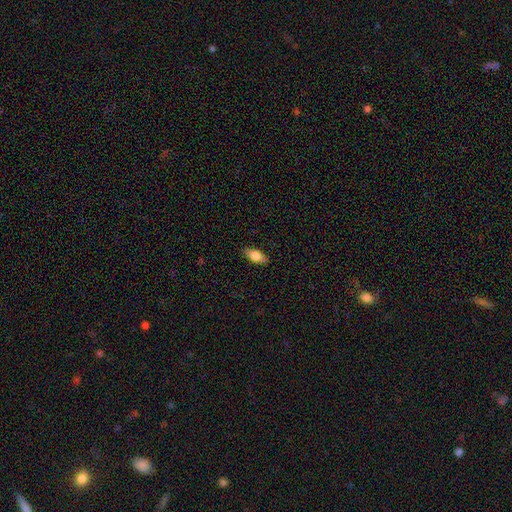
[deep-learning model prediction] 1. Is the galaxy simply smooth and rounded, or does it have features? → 76% smooth, 17% featured or disk, 7% star or artifact.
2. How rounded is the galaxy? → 84% in between, 13% cigar-shaped, 4% round.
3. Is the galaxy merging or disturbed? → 86% none, 10% minor disturbance, 2% major disturbance, 1% merger.